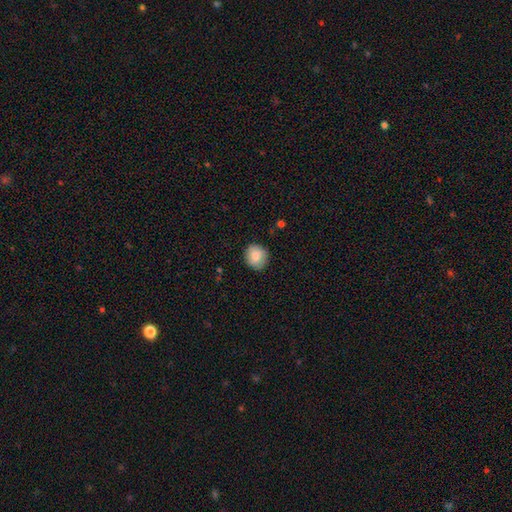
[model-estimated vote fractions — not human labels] smooth-or-featured: smooth: 86% | star or artifact: 7% | featured or disk: 7%
  how-rounded: round: 84% | in between: 15% | cigar-shaped: 1%
  merging: none: 85% | minor disturbance: 12% | major disturbance: 2% | merger: 1%